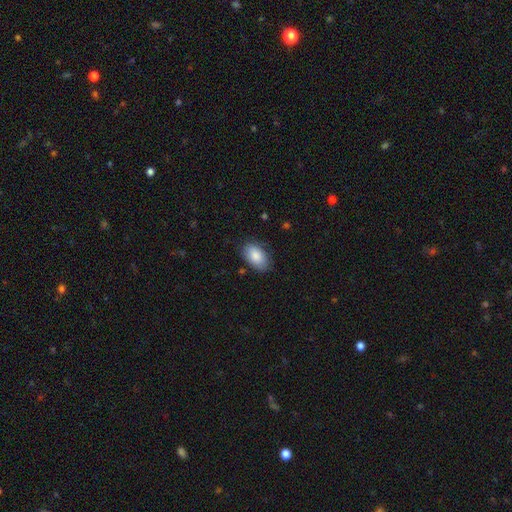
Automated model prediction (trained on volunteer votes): smooth 86%, featured or disk 8%, star or artifact 6%. Down the decision tree: how rounded — in between (93%); merging — none (80%).